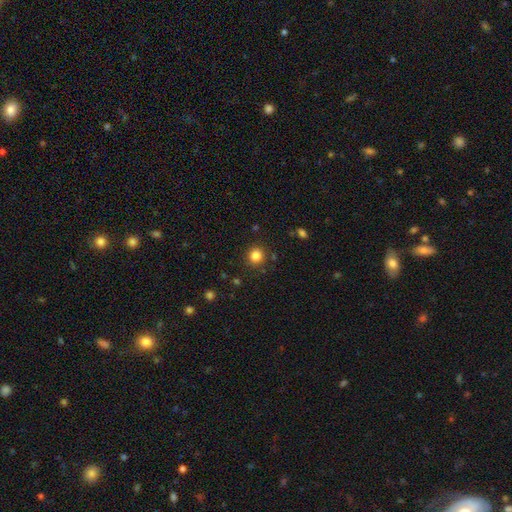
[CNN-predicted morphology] Smooth or featured? Predicted: smooth (p=0.83). How rounded? Predicted: round (p=0.90). Merging? Predicted: none (p=0.88).